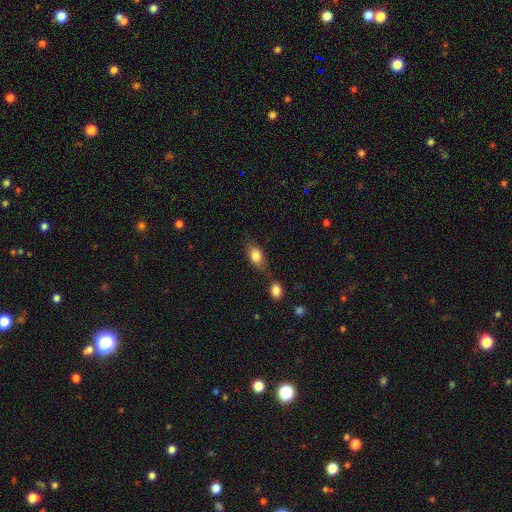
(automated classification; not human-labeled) A smooth galaxy with no disk features (81%) that is in between round and cigar-shaped (83%).

Vote fractions:
- Smooth or featured? smooth: 81% / featured or disk: 12% / star or artifact: 8%
- How rounded? in between: 83% / round: 13% / cigar-shaped: 5%
- Merging? none: 62% / minor disturbance: 20% / merger: 12% / major disturbance: 6%